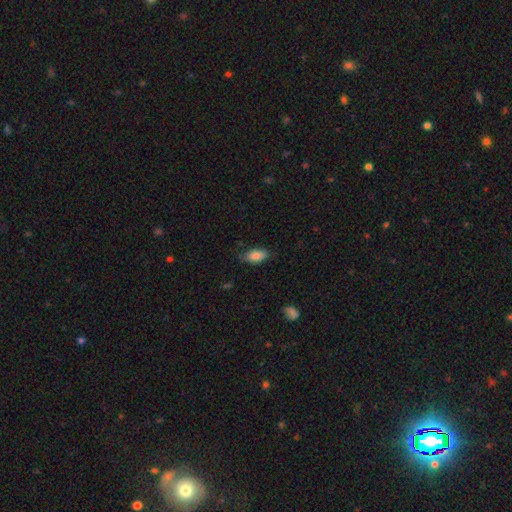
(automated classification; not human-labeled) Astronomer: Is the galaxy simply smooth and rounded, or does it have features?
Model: smooth — 85%.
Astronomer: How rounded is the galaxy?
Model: in between — 90%.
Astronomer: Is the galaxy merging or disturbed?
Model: none — 75%.